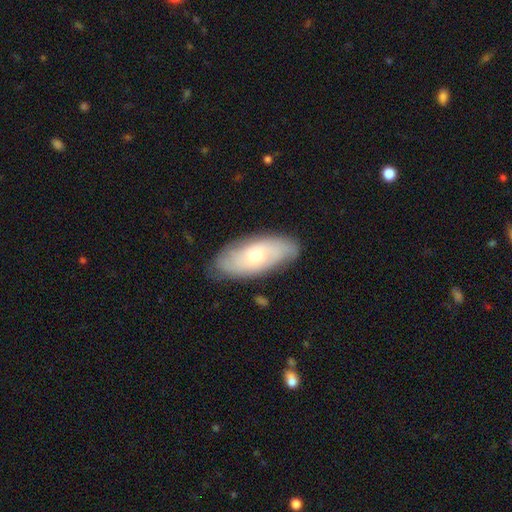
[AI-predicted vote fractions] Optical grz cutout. It shows a featured or disk galaxy (50%). Merging: none (80%).